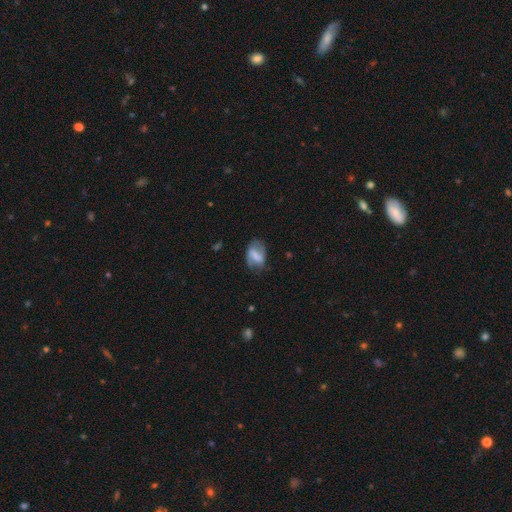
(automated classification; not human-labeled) This appears to be a featured or disk galaxy (50%). Merging: none (59%).